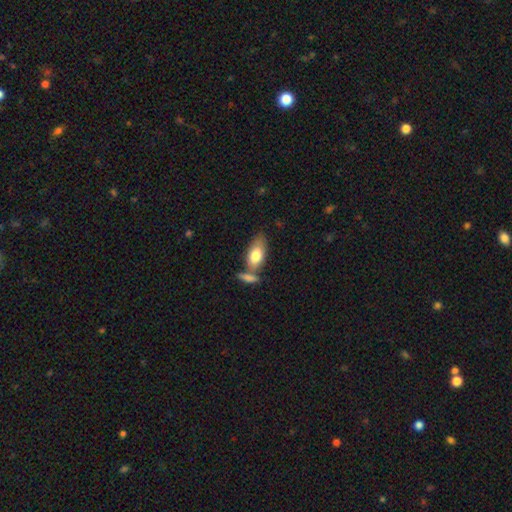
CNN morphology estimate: This appears to be a smooth galaxy with no disk features (76%) that is in between round and cigar-shaped (89%). Merging: none (49%).